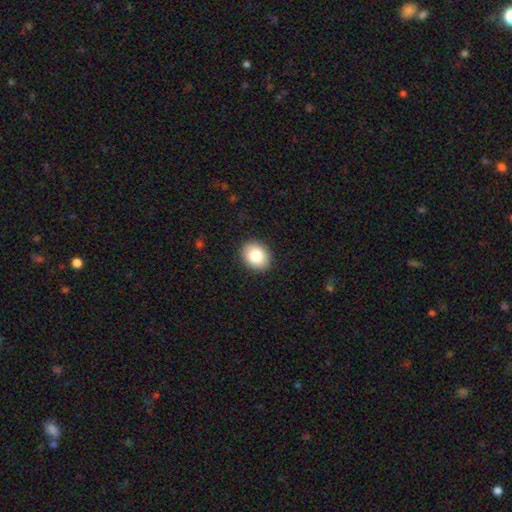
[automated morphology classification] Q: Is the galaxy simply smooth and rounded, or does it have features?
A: smooth — 85%.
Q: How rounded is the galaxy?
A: in between — 55%.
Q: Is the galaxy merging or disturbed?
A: none — 90%.